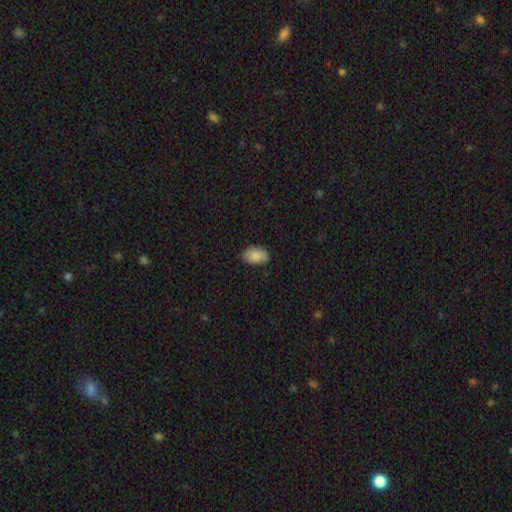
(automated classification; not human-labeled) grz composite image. It shows a smooth galaxy with no disk features (87%) that is in between round and cigar-shaped (91%). Merging: none (80%).